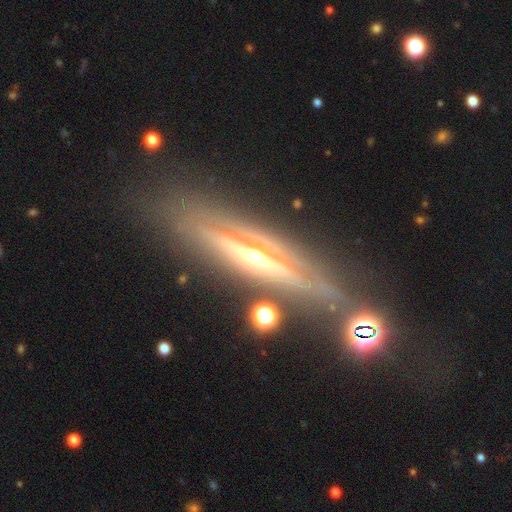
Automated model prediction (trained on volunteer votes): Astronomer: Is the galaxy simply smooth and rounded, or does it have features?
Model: featured or disk — 83%.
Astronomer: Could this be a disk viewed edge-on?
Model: yes — 89%.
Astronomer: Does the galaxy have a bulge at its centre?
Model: rounded — 83%.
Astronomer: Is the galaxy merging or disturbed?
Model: none — 78%.